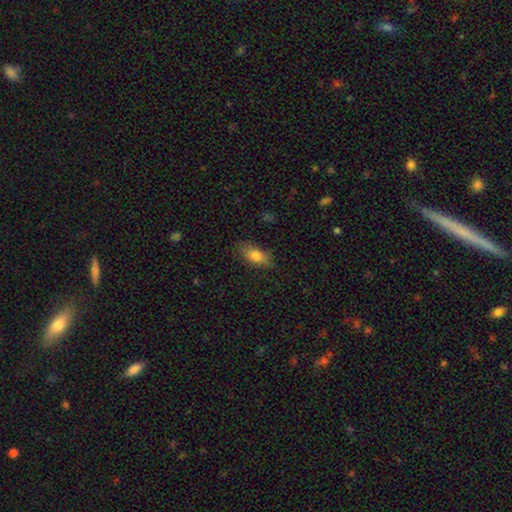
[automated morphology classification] A smooth galaxy with no disk features (79%) that is in between round and cigar-shaped (85%). Merging: none (79%).